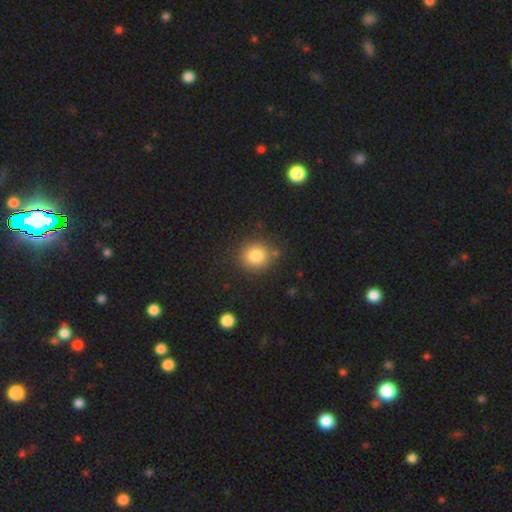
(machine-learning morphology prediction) Q: Smooth or featured?
A: smooth (82%); runner-up: star or artifact (11%)
Q: How rounded?
A: round (88%); runner-up: in between (11%)
Q: Merging?
A: none (84%); runner-up: minor disturbance (9%)